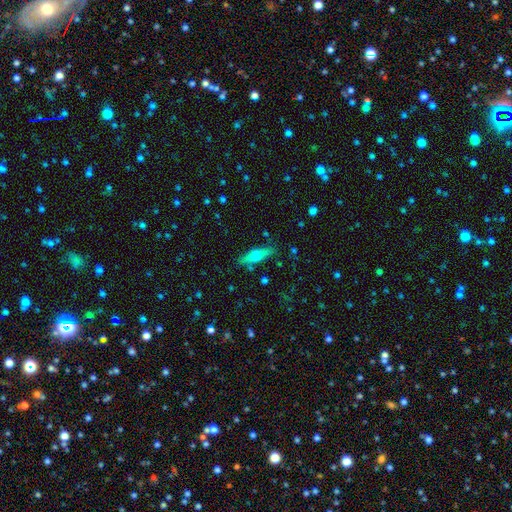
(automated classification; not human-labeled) Morphology: type=featured or disk (50%); edge-on=yes (93%); merging=none (84%).